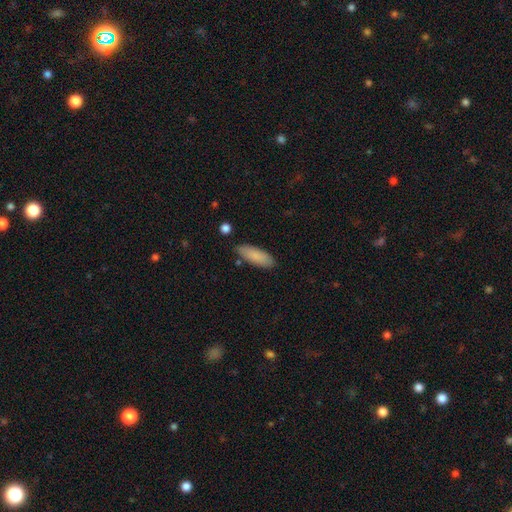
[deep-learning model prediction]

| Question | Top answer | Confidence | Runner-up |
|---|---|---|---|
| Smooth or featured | smooth | 86% | featured or disk (8%) |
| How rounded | in between | 64% | cigar-shaped (34%) |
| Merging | none | 82% | minor disturbance (13%) |